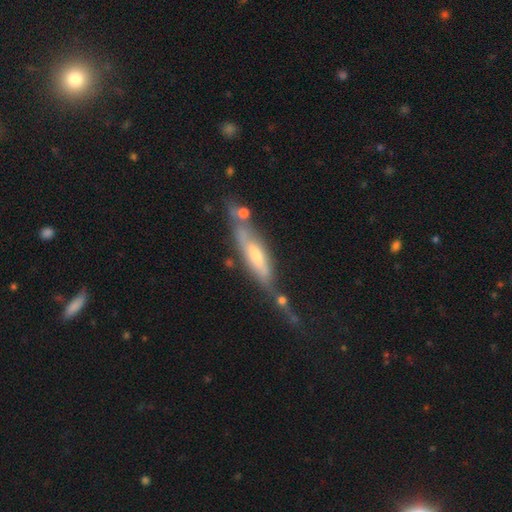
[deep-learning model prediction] Overall: featured or disk (56%; smooth 36%). Edge-on disk: yes (63%; no 37%). Merging: none (45%; minor disturbance 23%).